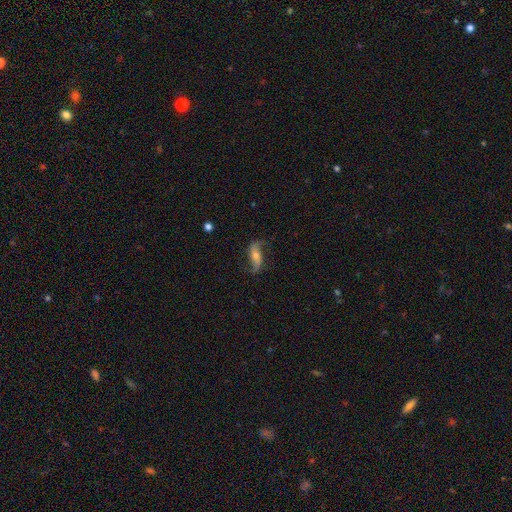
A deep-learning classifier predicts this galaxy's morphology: featured or disk 78%, smooth 15%, star or artifact 7%. Down the decision tree: edge-on disk — no (88%); bar — no (44%); spiral arms — yes (94%); spiral arm count — 2 (92%); spiral winding — loose (81%); bulge size — moderate (52%); merging — none (76%).